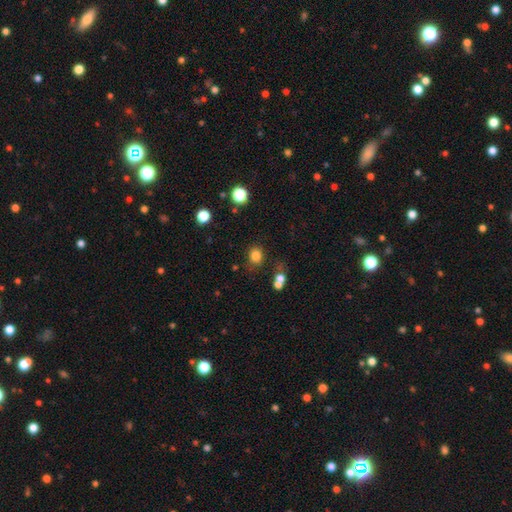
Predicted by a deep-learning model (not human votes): The model was most divided on "how rounded": round: 66%, in between: 33%, cigar-shaped: 1%. More confident: smooth or featured — smooth (81%); merging — none (72%).